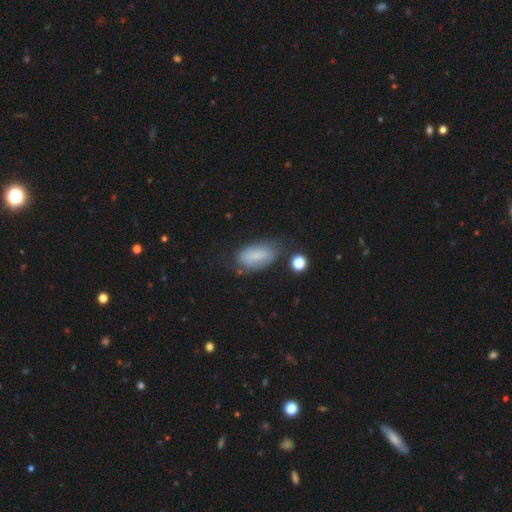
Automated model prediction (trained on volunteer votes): Smooth or featured? smooth (75%)
How rounded? in between (91%)
Merging? none (54%)